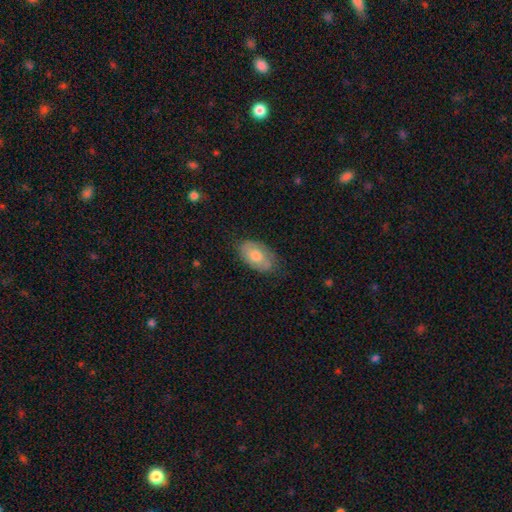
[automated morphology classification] Smooth or featured: smooth — 58% (featured or disk — 36%)
How rounded: in between — 92% (round — 6%)
Merging: none — 72% (minor disturbance — 21%)